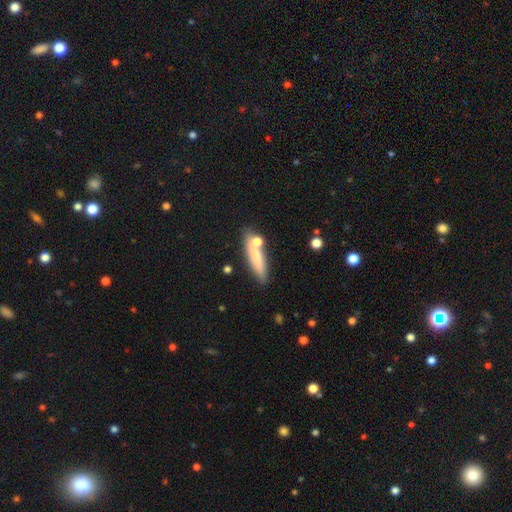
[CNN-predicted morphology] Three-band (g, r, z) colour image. It shows a smooth galaxy with no disk features (72%) that is cigar-shaped (75%). Merging: none (66%).